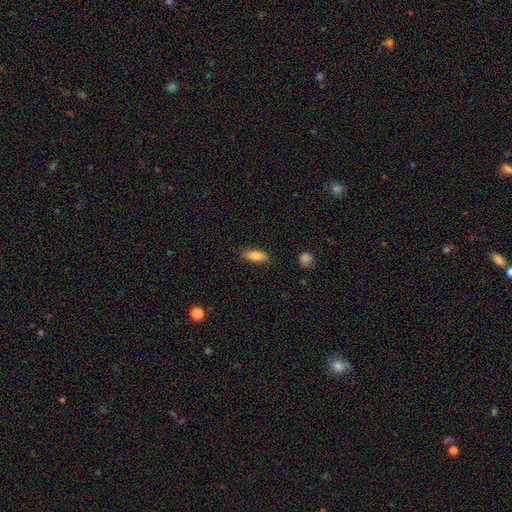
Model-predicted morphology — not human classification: This is clearly a smooth galaxy (82%). How rounded: likely in between (76%). Merging: clearly none (82%).